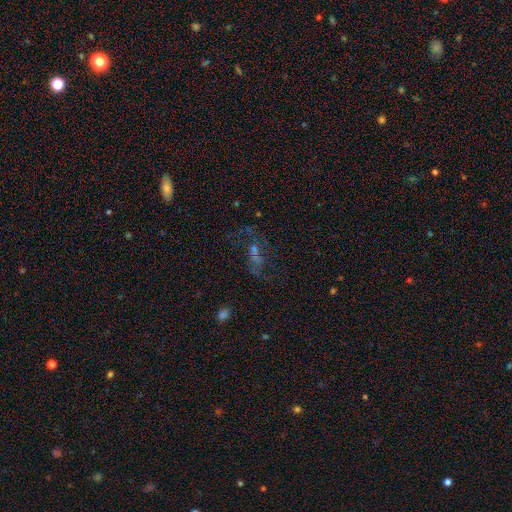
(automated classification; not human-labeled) Smooth or featured? featured or disk (46%)
Merging? none (50%)